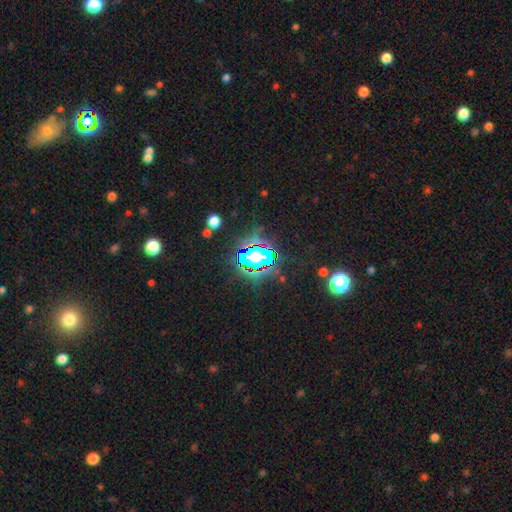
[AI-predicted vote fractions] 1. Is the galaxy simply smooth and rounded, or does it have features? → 80% star or artifact, 12% smooth, 7% featured or disk.